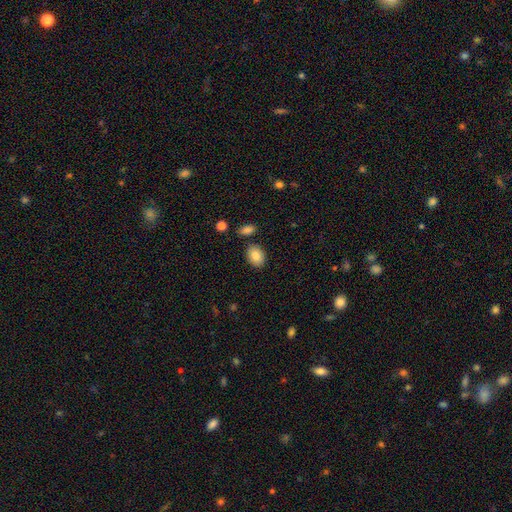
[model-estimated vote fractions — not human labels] Morphology: type=smooth (86%); roundness=in between (75%); merging=none (83%).